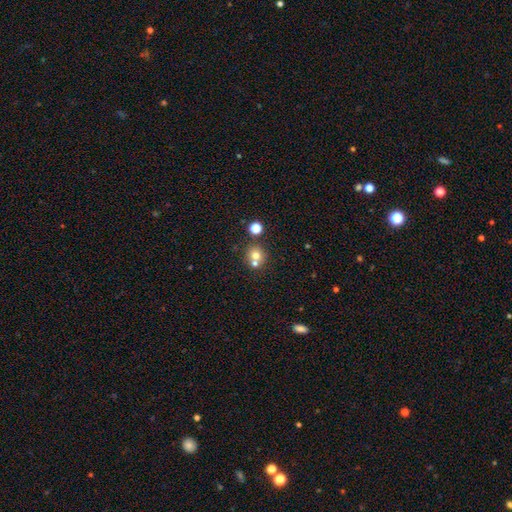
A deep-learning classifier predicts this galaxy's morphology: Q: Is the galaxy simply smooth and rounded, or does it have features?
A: smooth — 71%.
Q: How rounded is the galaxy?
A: round — 88%.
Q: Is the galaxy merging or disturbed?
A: none — 55%.